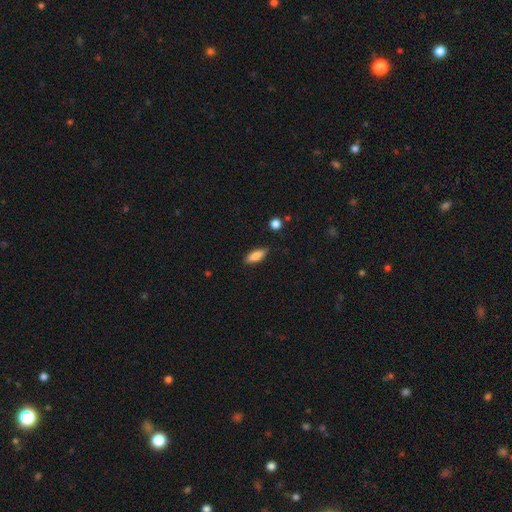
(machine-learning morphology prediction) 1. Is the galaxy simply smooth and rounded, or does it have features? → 83% smooth, 10% featured or disk, 7% star or artifact.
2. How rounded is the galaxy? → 68% in between, 30% cigar-shaped, 2% round.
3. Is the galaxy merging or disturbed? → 84% none, 12% minor disturbance, 2% major disturbance, 2% merger.